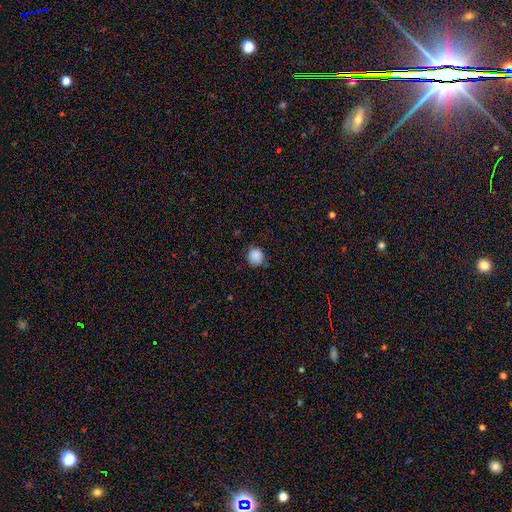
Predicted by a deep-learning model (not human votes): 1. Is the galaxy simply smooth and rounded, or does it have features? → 88% smooth, 9% star or artifact, 3% featured or disk.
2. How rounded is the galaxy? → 88% round, 11% in between, 1% cigar-shaped.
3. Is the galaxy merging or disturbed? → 83% none, 14% minor disturbance, 3% major disturbance, 1% merger.